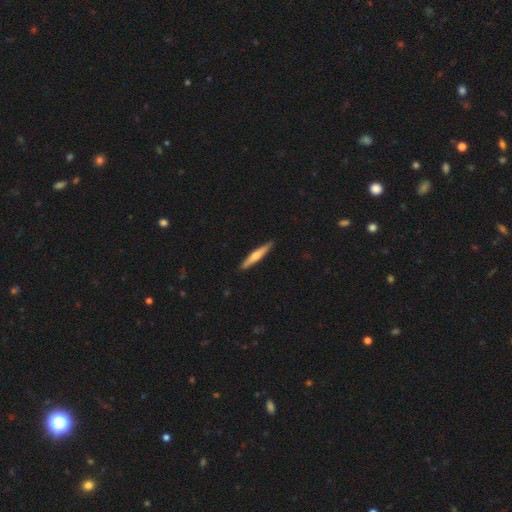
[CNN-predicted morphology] Smooth or featured? Predicted: smooth (p=0.49). Merging? Predicted: none (p=0.91).